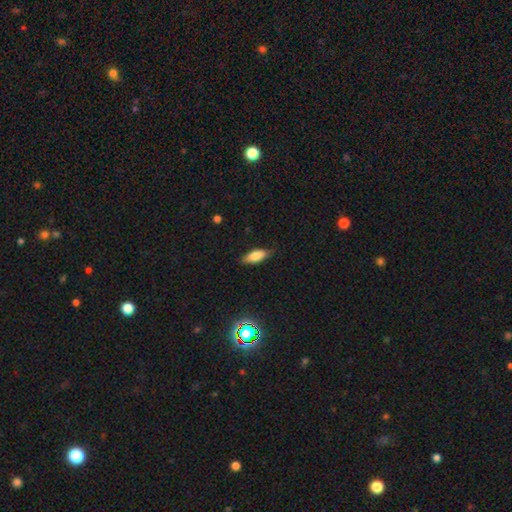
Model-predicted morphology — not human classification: smooth_or_featured: smooth (p=0.76) [alt: featured or disk p=0.15]
how_rounded: in between (p=0.73) [alt: cigar-shaped p=0.24]
merging: none (p=0.80) [alt: minor disturbance p=0.16]